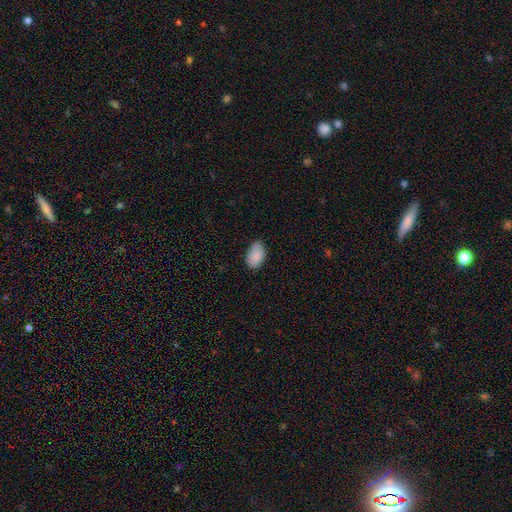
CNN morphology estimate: smooth-or-featured: smooth: 88% | star or artifact: 7% | featured or disk: 5%
  how-rounded: in between: 93% | round: 6% | cigar-shaped: 1%
  merging: none: 73% | minor disturbance: 22% | major disturbance: 3% | merger: 1%